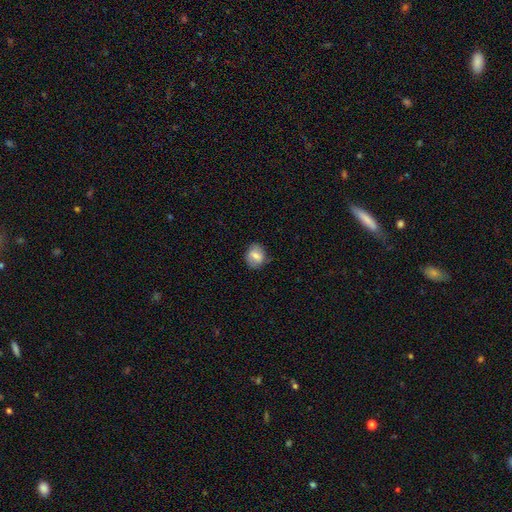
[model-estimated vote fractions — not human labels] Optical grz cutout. It shows a smooth galaxy with no disk features (70%) that is round (54%). Merging: none (76%).